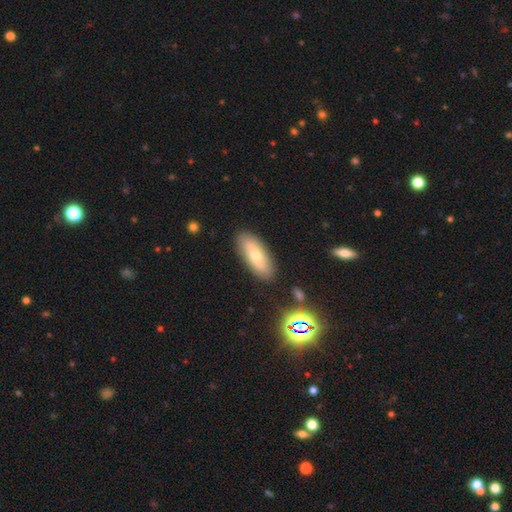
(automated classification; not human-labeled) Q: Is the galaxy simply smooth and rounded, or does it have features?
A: smooth — 57%.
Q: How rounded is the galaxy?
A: in between — 76%.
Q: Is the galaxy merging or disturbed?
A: none — 86%.